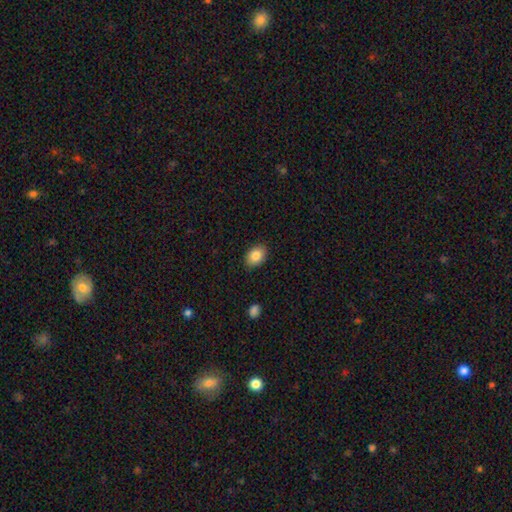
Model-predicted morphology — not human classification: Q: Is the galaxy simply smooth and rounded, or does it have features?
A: smooth — 85%.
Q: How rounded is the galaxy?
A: in between — 79%.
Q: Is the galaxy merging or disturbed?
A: none — 88%.